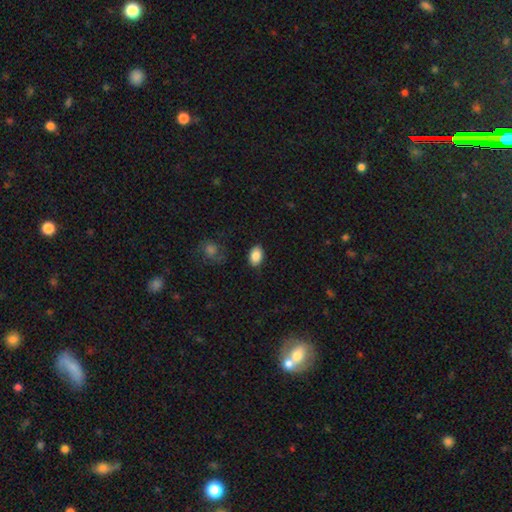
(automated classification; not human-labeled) smooth 87%, star or artifact 8%, featured or disk 5%. Down the decision tree: how rounded — in between (87%); merging — none (84%).